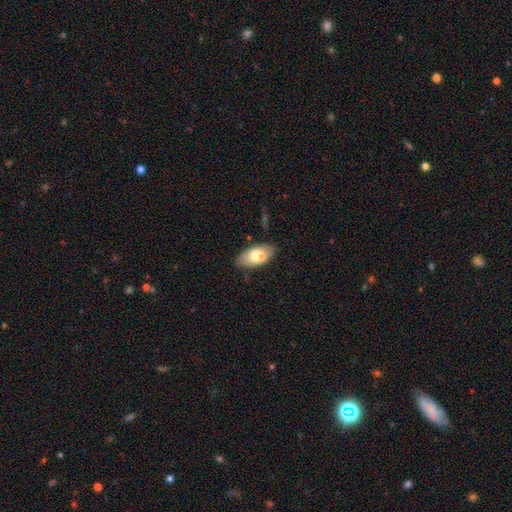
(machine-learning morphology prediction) A smooth galaxy with no disk features (67%) that is in between round and cigar-shaped (92%). Merging: none (65%).